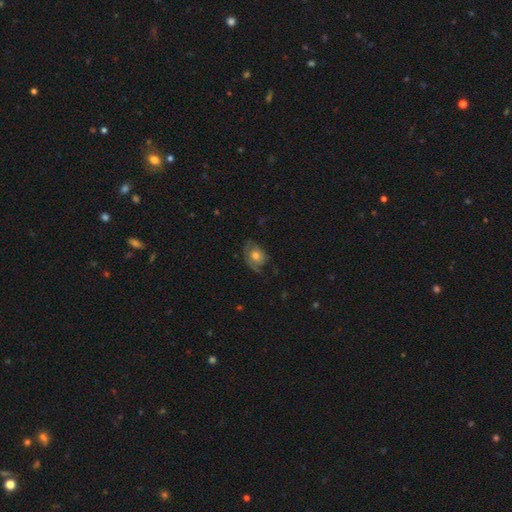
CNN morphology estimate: A smooth galaxy with no disk features (48%). Merging: none (52%).